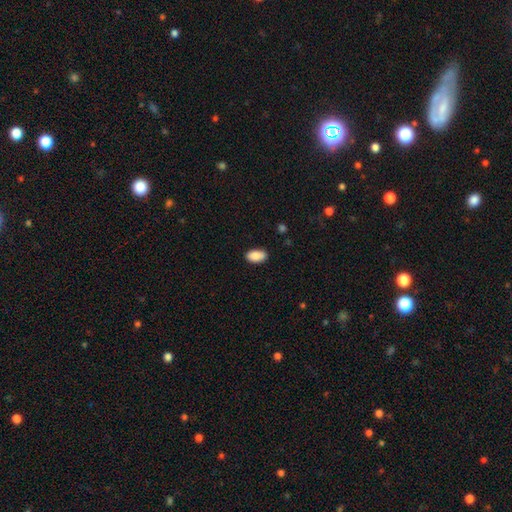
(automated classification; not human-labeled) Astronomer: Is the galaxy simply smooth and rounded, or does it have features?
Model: smooth — 89%.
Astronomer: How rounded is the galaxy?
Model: in between — 94%.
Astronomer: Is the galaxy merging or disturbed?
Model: none — 85%.